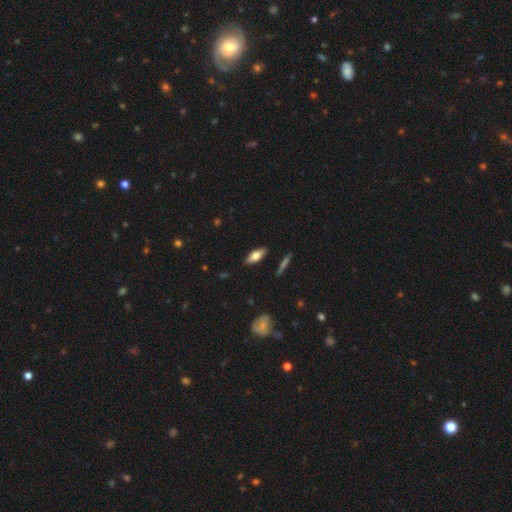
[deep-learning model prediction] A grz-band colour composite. It shows a smooth galaxy with no disk features (60%) that is in between round and cigar-shaped (69%). Merging: none (86%).